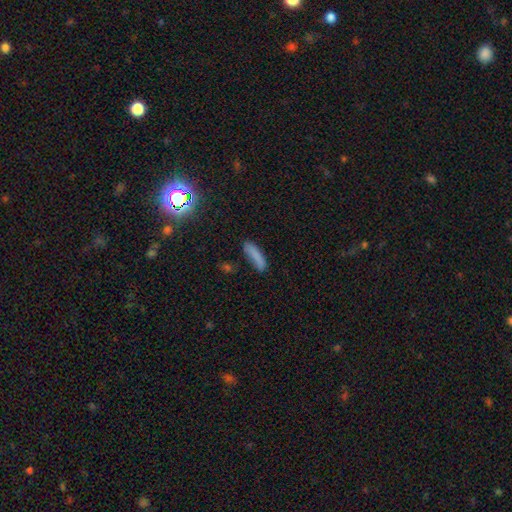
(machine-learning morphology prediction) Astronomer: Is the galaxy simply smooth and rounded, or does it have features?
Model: smooth — 82%.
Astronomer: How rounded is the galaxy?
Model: cigar-shaped — 69%.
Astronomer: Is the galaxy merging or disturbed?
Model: none — 75%.